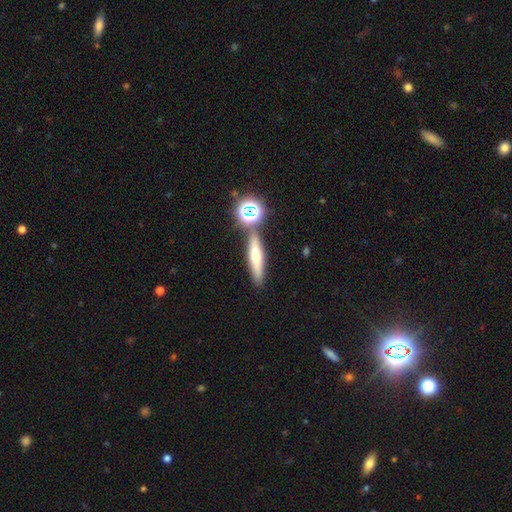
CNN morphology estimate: This is possibly a smooth galaxy (52%). How rounded: likely cigar-shaped (75%). Merging: likely none (77%).